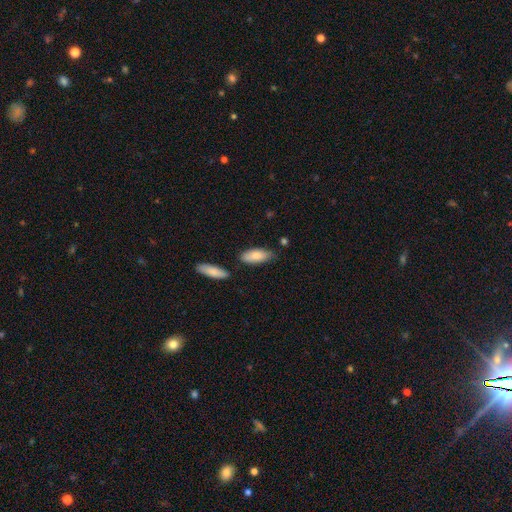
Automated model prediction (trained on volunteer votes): This appears to be a smooth galaxy with no disk features (81%) that is in between round and cigar-shaped (81%). Merging: none (72%).